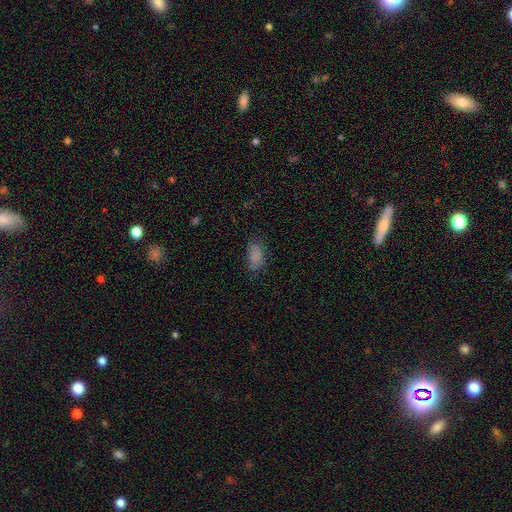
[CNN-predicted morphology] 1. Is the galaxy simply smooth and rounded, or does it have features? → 84% smooth, 10% star or artifact, 6% featured or disk.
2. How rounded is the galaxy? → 91% in between, 5% round, 4% cigar-shaped.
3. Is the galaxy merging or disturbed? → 75% none, 18% minor disturbance, 6% major disturbance, 1% merger.